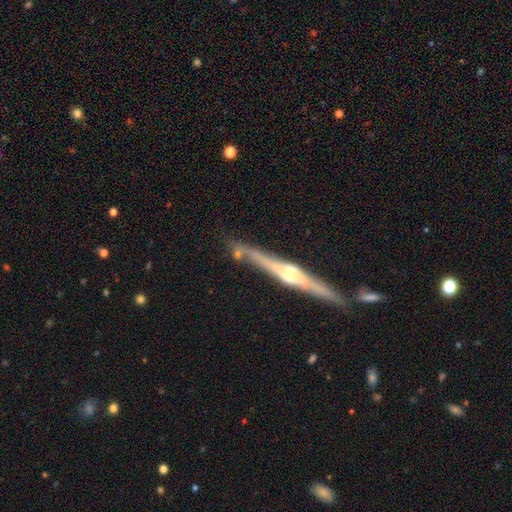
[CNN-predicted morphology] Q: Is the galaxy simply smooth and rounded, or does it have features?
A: featured or disk — 84%.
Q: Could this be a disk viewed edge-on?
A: yes — 98%.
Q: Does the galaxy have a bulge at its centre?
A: rounded — 80%.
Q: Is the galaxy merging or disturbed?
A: none — 84%.